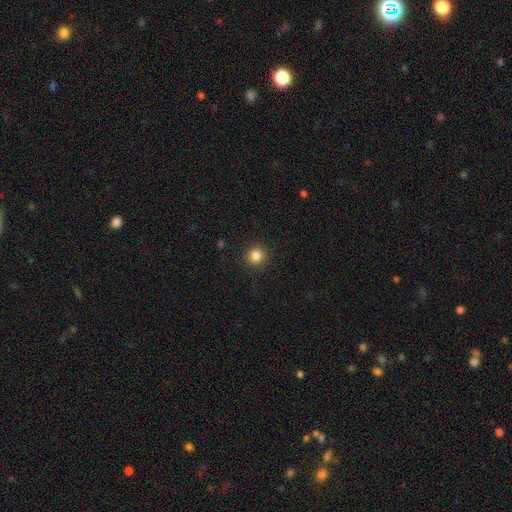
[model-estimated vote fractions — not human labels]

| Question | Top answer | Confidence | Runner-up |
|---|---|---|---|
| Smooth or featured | smooth | 84% | star or artifact (11%) |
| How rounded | round | 94% | in between (5%) |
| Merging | none | 91% | minor disturbance (6%) |